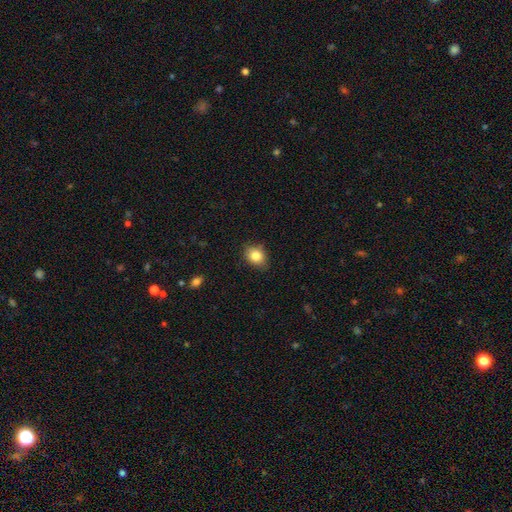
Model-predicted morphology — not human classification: Smooth or featured: smooth — 84% (star or artifact — 9%)
How rounded: in between — 54% (round — 44%)
Merging: none — 81% (minor disturbance — 15%)